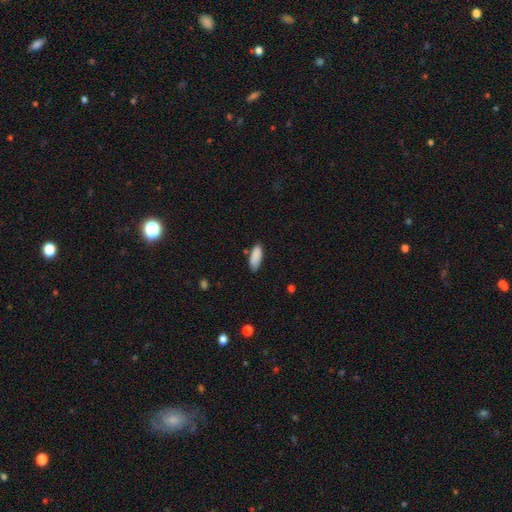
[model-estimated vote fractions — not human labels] Smooth or featured?
  - smooth: 88% *
  - star or artifact: 7%
  - featured or disk: 5%
How rounded?
  - in between: 76% *
  - cigar-shaped: 23%
  - round: 2%
Merging?
  - none: 76% *
  - minor disturbance: 18%
  - merger: 3%
  - major disturbance: 3%